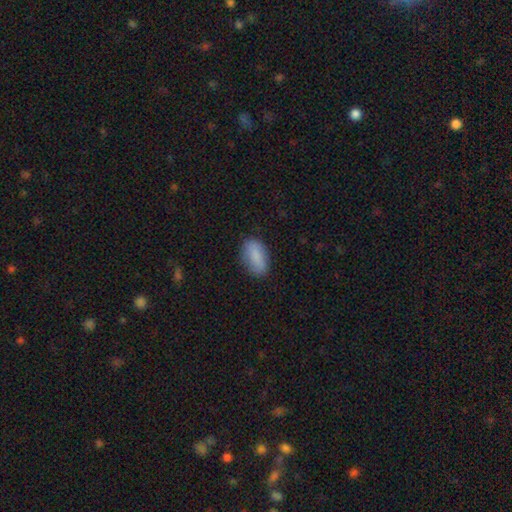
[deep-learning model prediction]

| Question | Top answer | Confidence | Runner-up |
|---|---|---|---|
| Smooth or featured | smooth | 85% | featured or disk (8%) |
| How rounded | in between | 91% | round (5%) |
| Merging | none | 80% | minor disturbance (15%) |